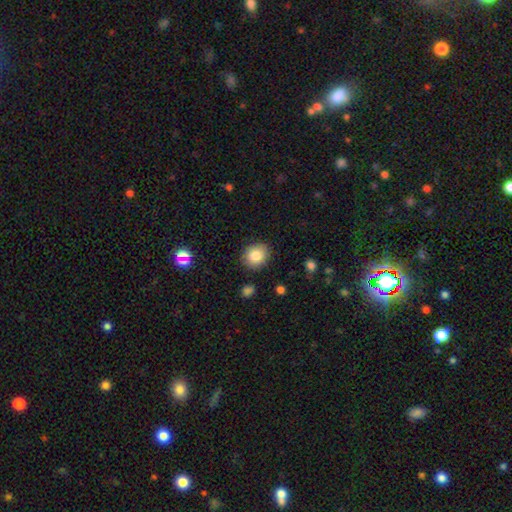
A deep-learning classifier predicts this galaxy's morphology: Smooth or featured: smooth — 81% (featured or disk — 9%)
How rounded: round — 70% (in between — 30%)
Merging: none — 87% (minor disturbance — 9%)